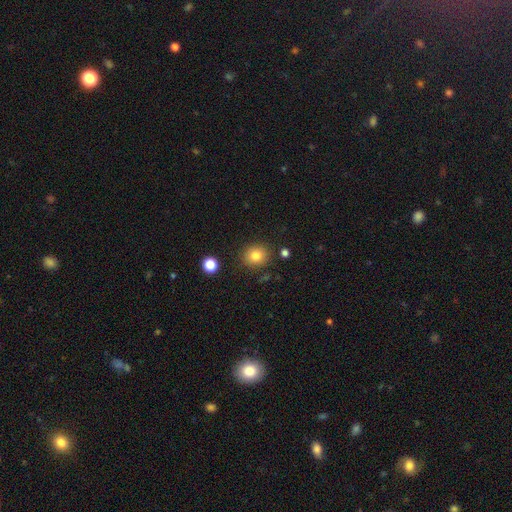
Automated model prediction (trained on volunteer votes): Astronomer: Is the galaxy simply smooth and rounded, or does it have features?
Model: smooth — 82%.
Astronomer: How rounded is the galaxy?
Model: round — 81%.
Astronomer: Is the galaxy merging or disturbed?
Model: none — 87%.